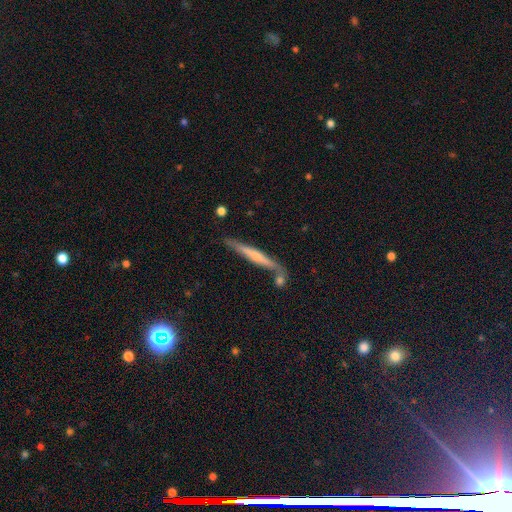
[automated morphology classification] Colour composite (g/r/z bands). It shows a featured or disk galaxy (53%) viewed edge-on (94%) with no central bulge (44%). Merging: none (71%).